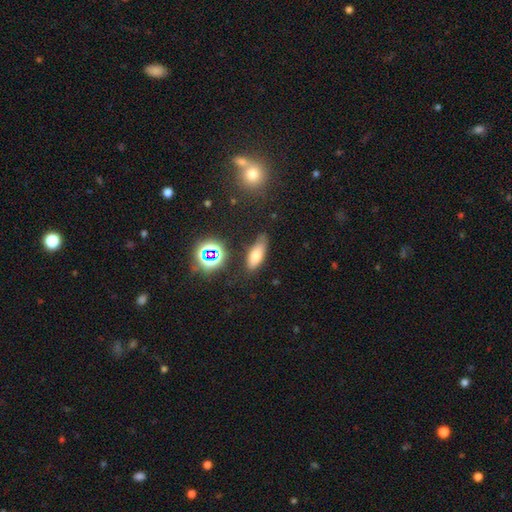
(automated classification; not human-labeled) A smooth galaxy with no disk features (68%) that is in between round and cigar-shaped (72%). Merging: none (72%).